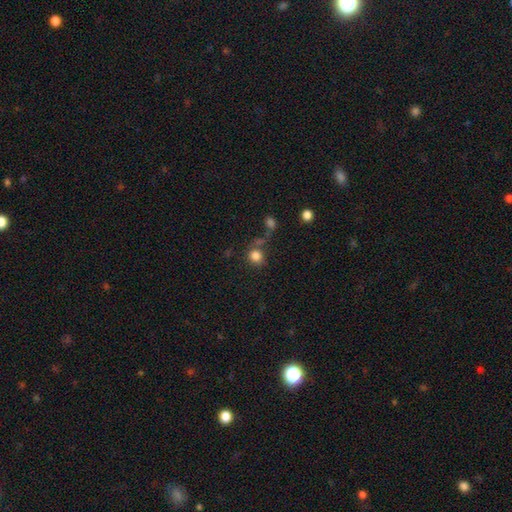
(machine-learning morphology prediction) Smooth or featured: smooth — 82% (star or artifact — 12%)
How rounded: round — 83% (in between — 16%)
Merging: none — 61% (merger — 17%)